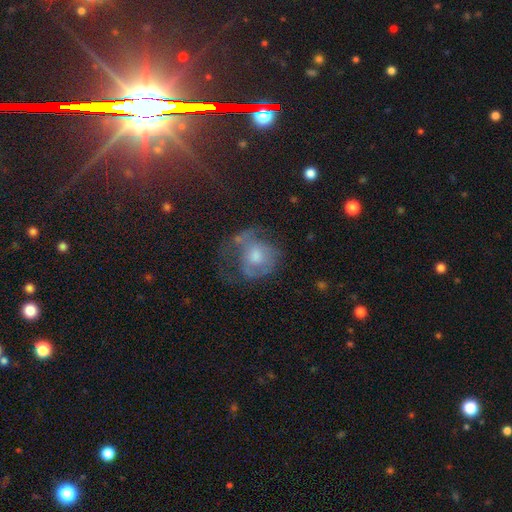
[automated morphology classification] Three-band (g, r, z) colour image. It shows a featured or disk galaxy (51%). Merging: major disturbance (37%).